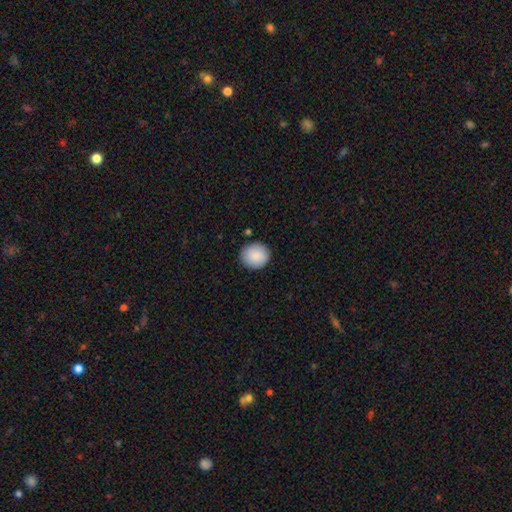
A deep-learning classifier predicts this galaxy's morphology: smooth 88%, star or artifact 7%, featured or disk 5%. Down the decision tree: how rounded — round (83%); merging — none (89%).